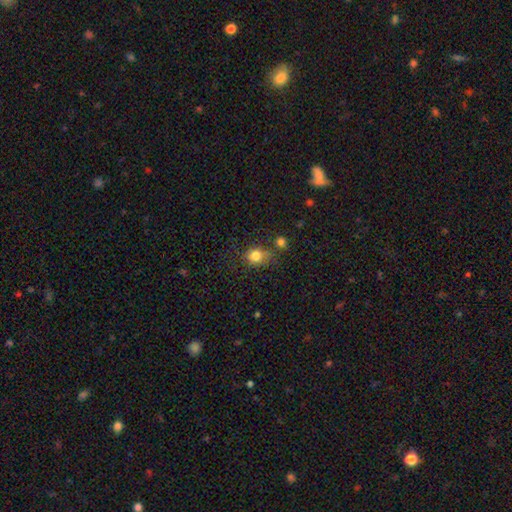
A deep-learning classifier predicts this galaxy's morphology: smooth_or_featured: smooth (p=0.82) [alt: star or artifact p=0.12]
how_rounded: round (p=0.69) [alt: in between p=0.30]
merging: none (p=0.59) [alt: minor disturbance p=0.21]